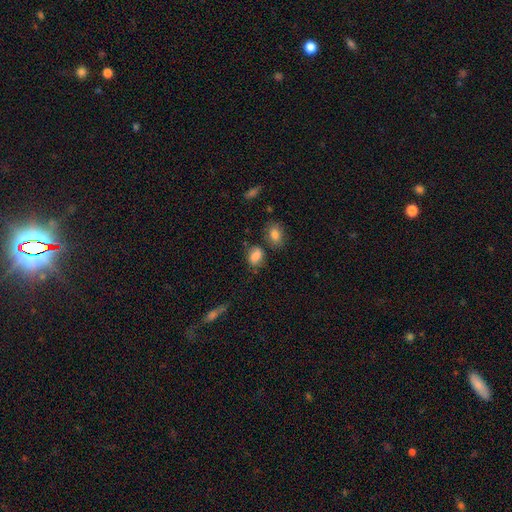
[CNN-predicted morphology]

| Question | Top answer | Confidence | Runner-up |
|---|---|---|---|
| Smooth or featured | smooth | 83% | star or artifact (10%) |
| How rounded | in between | 73% | round (26%) |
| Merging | none | 62% | minor disturbance (20%) |